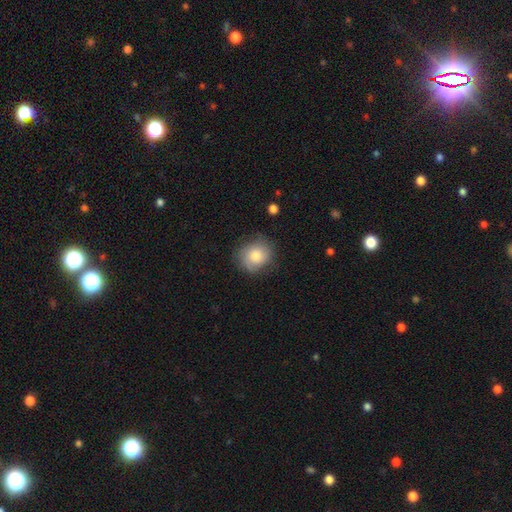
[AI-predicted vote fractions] Smooth or featured?
  - smooth: 73% *
  - featured or disk: 19%
  - star or artifact: 8%
How rounded?
  - round: 77% *
  - in between: 22%
  - cigar-shaped: 1%
Merging?
  - none: 71% *
  - minor disturbance: 21%
  - major disturbance: 6%
  - merger: 1%